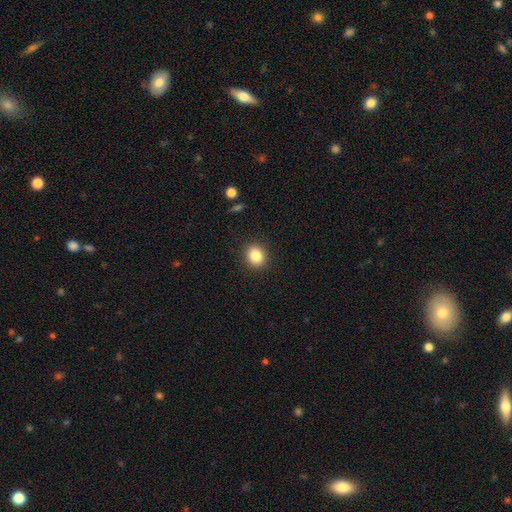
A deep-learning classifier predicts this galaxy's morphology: Q: Smooth or featured?
A: smooth (85%); runner-up: star or artifact (10%)
Q: How rounded?
A: round (70%); runner-up: in between (29%)
Q: Merging?
A: none (90%); runner-up: minor disturbance (7%)